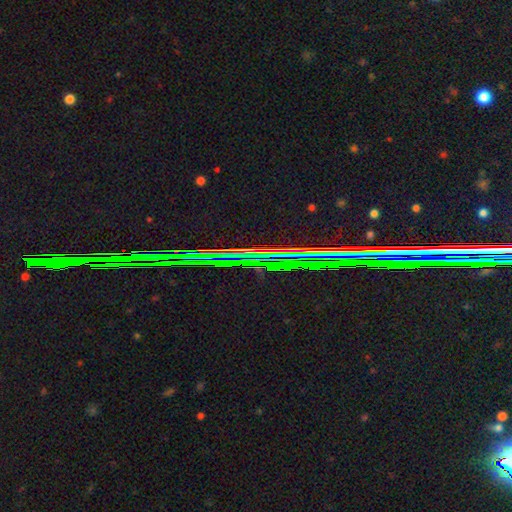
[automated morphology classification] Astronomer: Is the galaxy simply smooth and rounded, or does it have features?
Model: star or artifact — 83%.